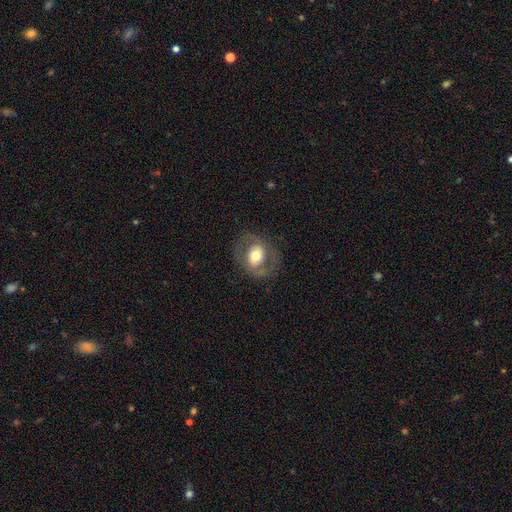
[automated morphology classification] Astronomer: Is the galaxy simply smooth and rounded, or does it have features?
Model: featured or disk — 57% (runner-up: smooth, 37%).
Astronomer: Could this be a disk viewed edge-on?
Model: no — 95%.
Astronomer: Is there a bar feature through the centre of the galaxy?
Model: no — 52% (runner-up: weak, 31%).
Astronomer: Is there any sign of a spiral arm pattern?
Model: yes — 55% (runner-up: no, 45%).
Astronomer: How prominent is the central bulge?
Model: moderate — 59%.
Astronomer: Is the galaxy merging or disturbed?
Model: none — 76%.